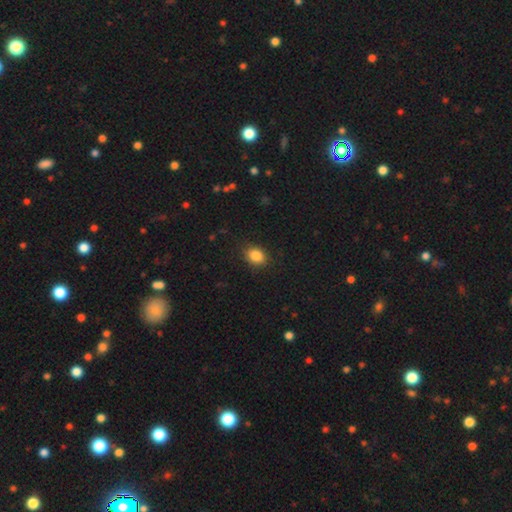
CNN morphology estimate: Overall: smooth (86%). How rounded: in between (57%; round 42%). Merging: none (85%).